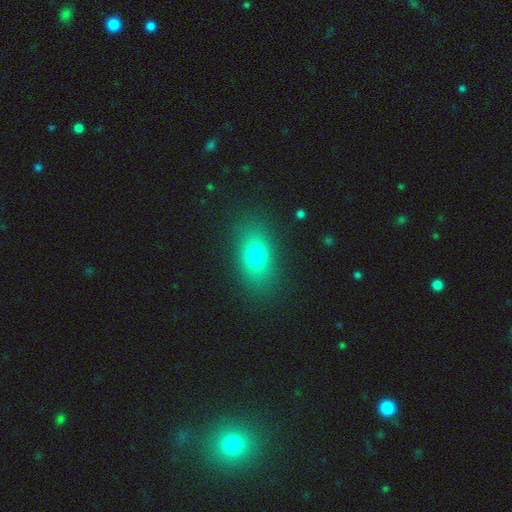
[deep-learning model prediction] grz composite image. It shows a smooth galaxy with no disk features (76%) that is in between round and cigar-shaped (79%). Merging: none (85%).